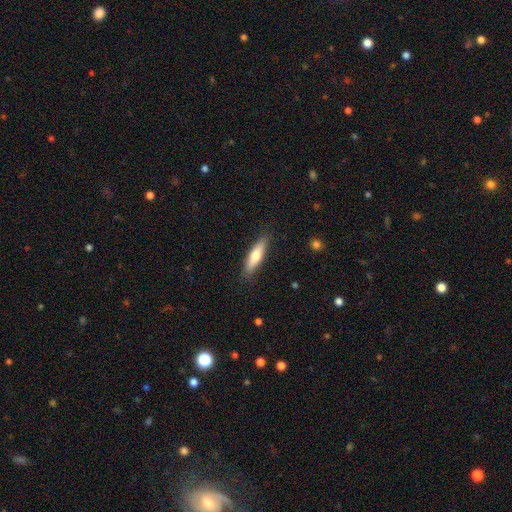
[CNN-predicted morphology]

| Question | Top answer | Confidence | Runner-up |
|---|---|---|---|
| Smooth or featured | smooth | 64% | featured or disk (30%) |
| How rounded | cigar-shaped | 70% | in between (28%) |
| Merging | none | 87% | minor disturbance (10%) |